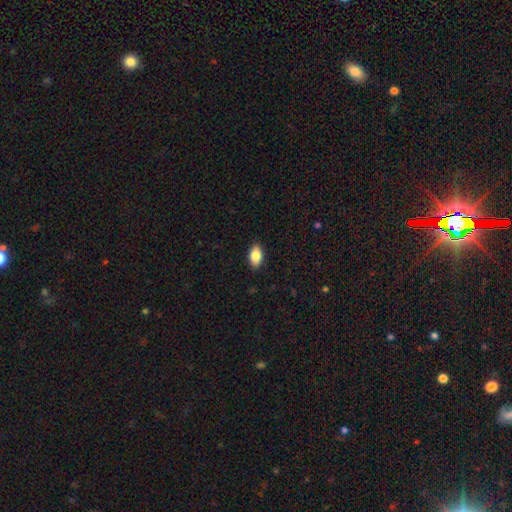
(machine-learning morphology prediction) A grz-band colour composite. It shows a smooth galaxy with no disk features (83%) that is in between round and cigar-shaped (89%). Merging: none (87%).